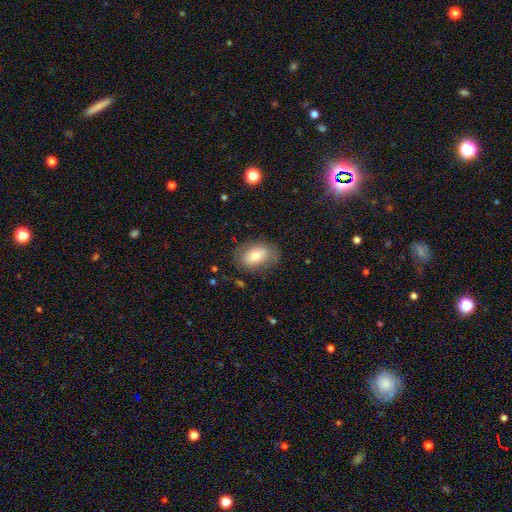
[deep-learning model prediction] Smooth or featured: smooth — 70% (featured or disk — 22%)
How rounded: in between — 85% (round — 14%)
Merging: none — 77% (minor disturbance — 16%)